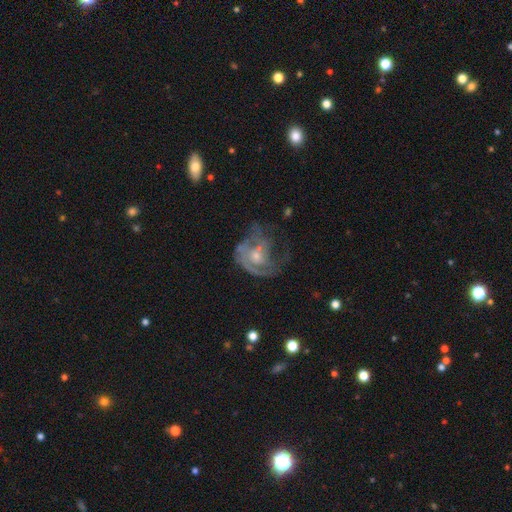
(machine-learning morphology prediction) Q: Smooth or featured?
A: featured or disk (77%); runner-up: smooth (15%)
Q: Edge-on disk?
A: no (97%); runner-up: yes (3%)
Q: Bar?
A: no (71%); runner-up: weak (24%)
Q: Spiral arms?
A: yes (80%); runner-up: no (20%)
Q: Spiral winding?
A: tight (40%); runner-up: medium (39%)
Q: Spiral arm count?
A: can't tell (31%); runner-up: 2 (27%)
Q: Bulge size?
A: small (46%); runner-up: moderate (43%)
Q: Merging?
A: none (39%); runner-up: major disturbance (36%)